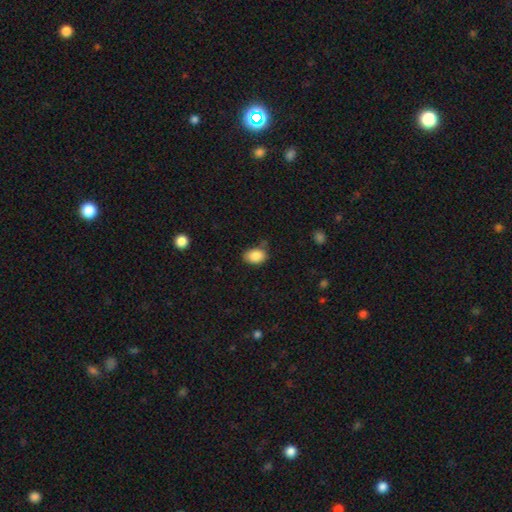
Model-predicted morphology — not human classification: This appears to be a smooth galaxy with no disk features (87%) that is in between round and cigar-shaped (82%). Merging: none (74%).